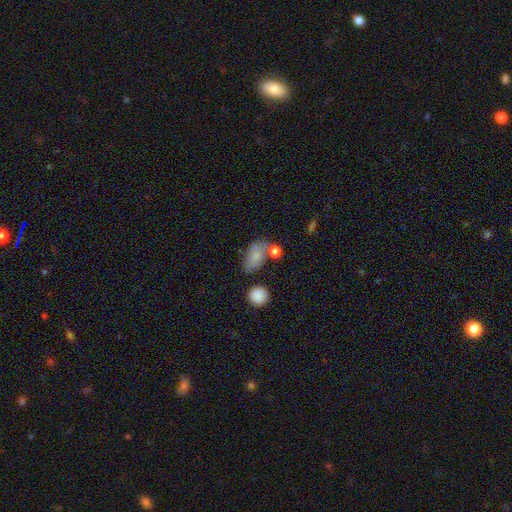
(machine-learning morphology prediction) smooth-or-featured: smooth: 76% | featured or disk: 14% | star or artifact: 10%
  how-rounded: in between: 86% | round: 12% | cigar-shaped: 2%
  merging: none: 51% | minor disturbance: 23% | merger: 16% | major disturbance: 9%